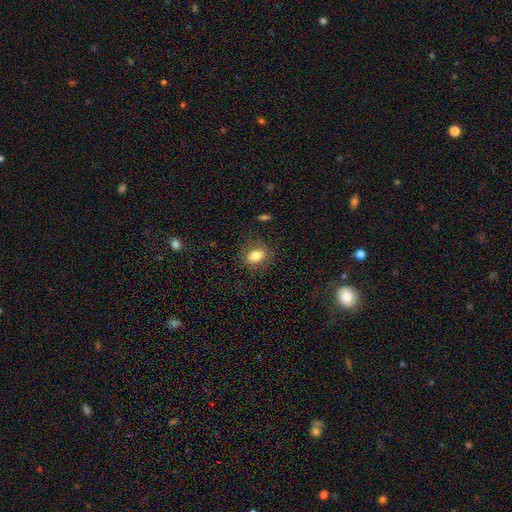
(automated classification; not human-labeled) This appears to be a smooth galaxy with no disk features (79%) that is in between round and cigar-shaped (72%). Merging: none (81%).